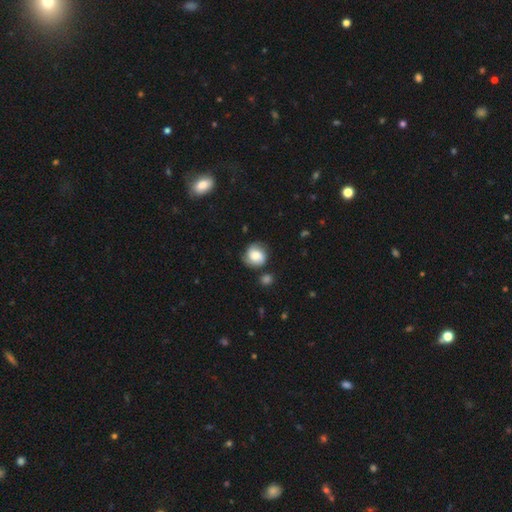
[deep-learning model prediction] Smooth or featured?
  - smooth: 50% *
  - featured or disk: 41%
  - star or artifact: 8%
How rounded?
  - round: 80% *
  - in between: 19%
  - cigar-shaped: 1%
Merging?
  - none: 68% *
  - minor disturbance: 21%
  - major disturbance: 7%
  - merger: 5%